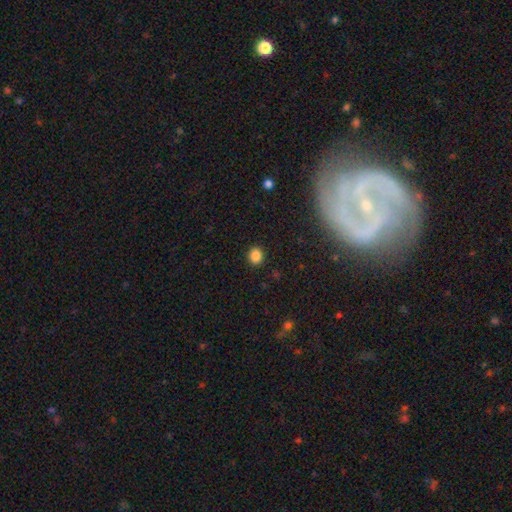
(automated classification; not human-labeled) Overall: smooth (86%). How rounded: round (73%). Merging: none (91%).